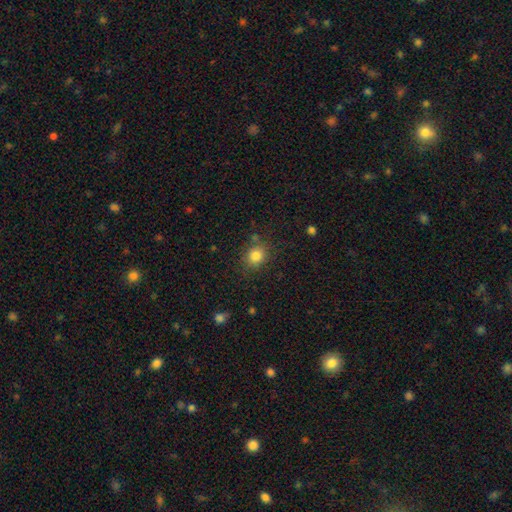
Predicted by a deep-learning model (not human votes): Q: Smooth or featured?
A: smooth (82%); runner-up: star or artifact (11%)
Q: How rounded?
A: round (70%); runner-up: in between (29%)
Q: Merging?
A: none (79%); runner-up: minor disturbance (13%)